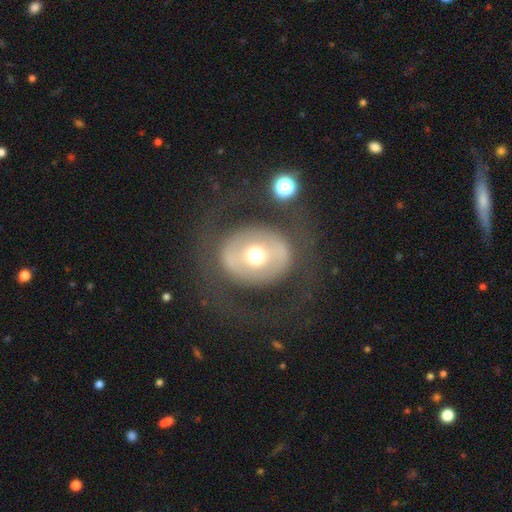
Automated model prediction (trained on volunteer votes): smooth_or_featured: featured or disk (p=0.51) [alt: smooth p=0.40]
disk_edge_on: no (p=0.94) [alt: yes p=0.06]
merging: none (p=0.71) [alt: major disturbance p=0.15]